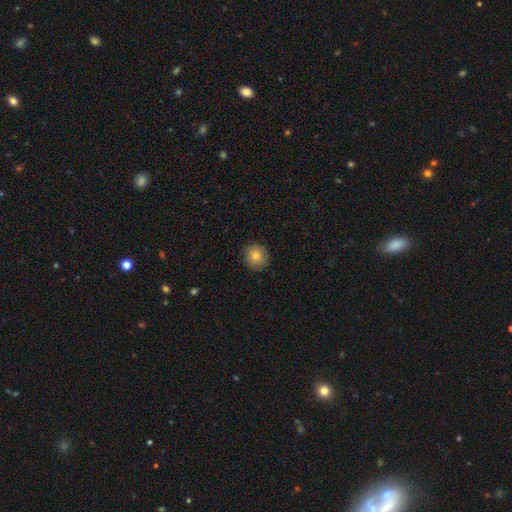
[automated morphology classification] Overall: smooth (82%). How rounded: round (89%). Merging: none (90%).